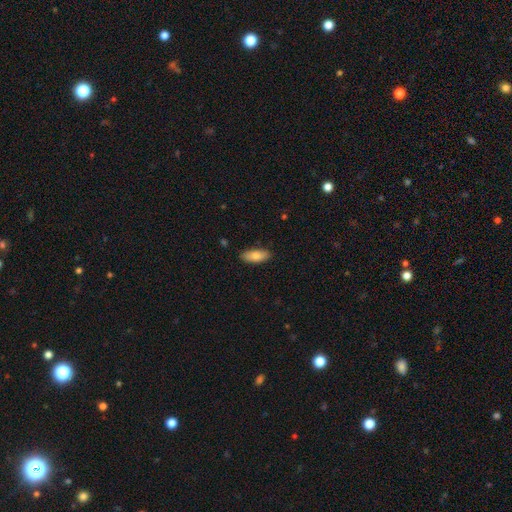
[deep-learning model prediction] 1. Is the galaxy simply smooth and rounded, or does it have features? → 81% smooth, 13% featured or disk, 6% star or artifact.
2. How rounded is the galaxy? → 78% in between, 20% cigar-shaped, 2% round.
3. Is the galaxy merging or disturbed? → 87% none, 10% minor disturbance, 2% major disturbance, 1% merger.